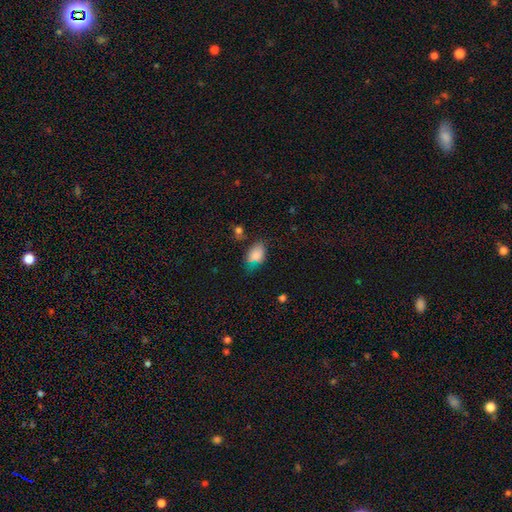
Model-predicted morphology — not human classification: A smooth galaxy with no disk features (81%) that is in between round and cigar-shaped (89%).

Vote fractions:
- Smooth or featured? smooth: 81% / star or artifact: 10% / featured or disk: 9%
- How rounded? in between: 89% / round: 9% / cigar-shaped: 2%
- Merging? none: 54% / minor disturbance: 31% / major disturbance: 9% / merger: 6%